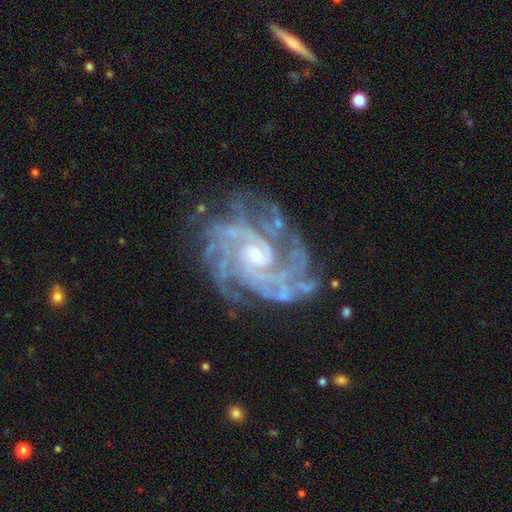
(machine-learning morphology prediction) Smooth or featured? Predicted: featured or disk (p=0.91). Edge-on disk? Predicted: no (p=0.98). Bar? Predicted: no (p=0.66). Spiral arms? Predicted: yes (p=0.98). Spiral winding? Predicted: tight (p=0.69). Spiral arm count? Predicted: 4 (p=0.25). Bulge size? Predicted: small (p=0.65). Merging? Predicted: none (p=0.76).